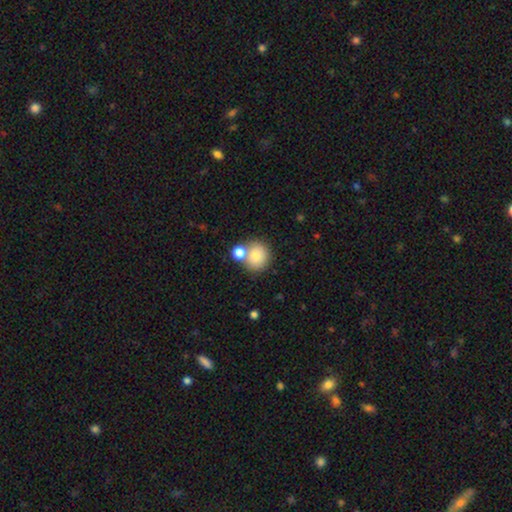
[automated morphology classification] Smooth or featured?
  - smooth: 81% *
  - star or artifact: 10%
  - featured or disk: 9%
How rounded?
  - round: 83% *
  - in between: 16%
  - cigar-shaped: 1%
Merging?
  - none: 58% *
  - merger: 28%
  - minor disturbance: 10%
  - major disturbance: 4%